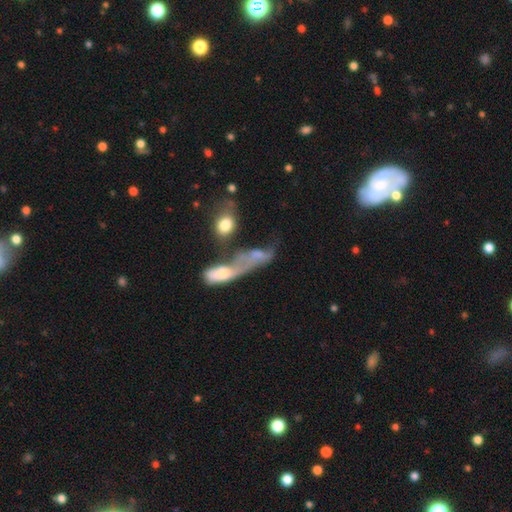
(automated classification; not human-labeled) This appears to be a smooth galaxy with no disk features (53%) that is in between round and cigar-shaped (61%). Merging: merger (50%).